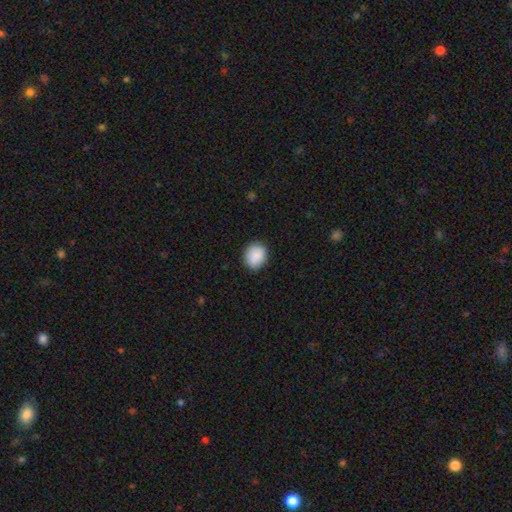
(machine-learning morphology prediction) Smooth or featured: smooth — 89% (star or artifact — 7%)
How rounded: round — 62% (in between — 37%)
Merging: none — 87% (minor disturbance — 10%)